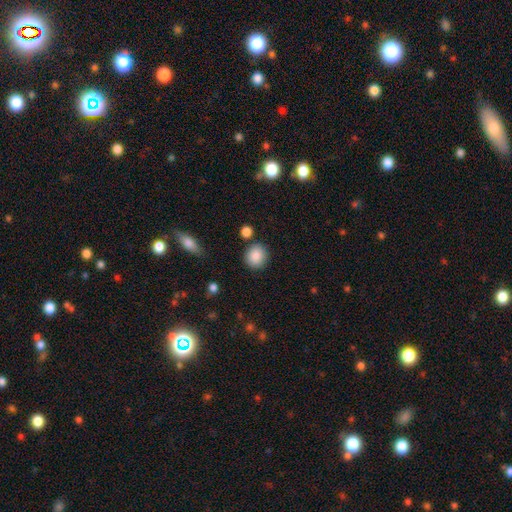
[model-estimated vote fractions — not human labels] A smooth galaxy with no disk features (88%) that is round (81%). Merging: none (83%).